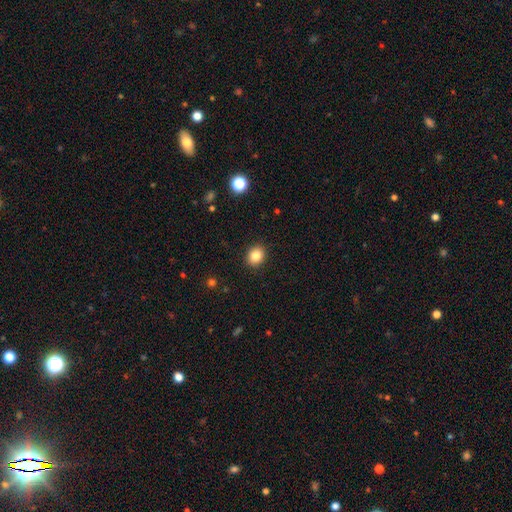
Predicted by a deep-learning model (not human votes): A smooth galaxy with no disk features (84%) that is round (57%). Merging: none (90%).